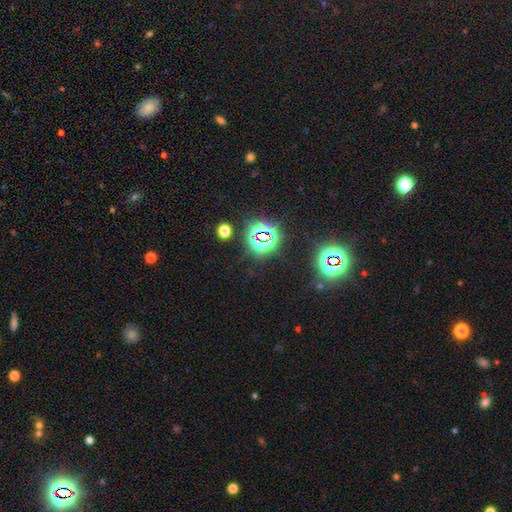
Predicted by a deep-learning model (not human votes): This appears to be a star or artifact, not a galaxy (81%).